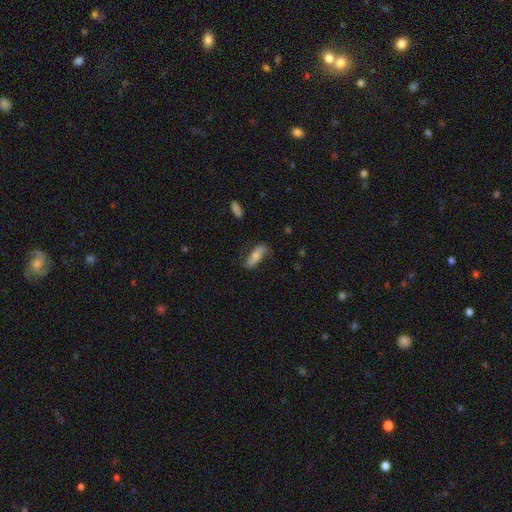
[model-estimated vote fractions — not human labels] The model was most divided on "smooth or featured": featured or disk: 54%, smooth: 38%, star or artifact: 8%. More confident: edge-on disk — no (79%); merging — none (70%).